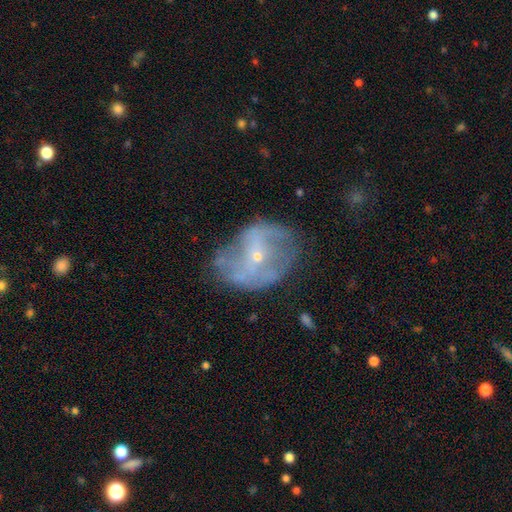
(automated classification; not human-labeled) Morphology: type=featured or disk (73%); edge-on=no (95%); bar=no (48%); spiral arms=yes (63%); bulge=small (80%); merging=none (50%).